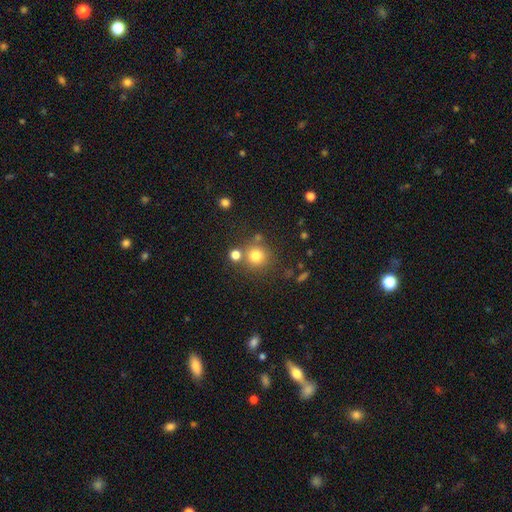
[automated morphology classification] Overall: smooth (77%). How rounded: round (92%). Merging: none (72%).